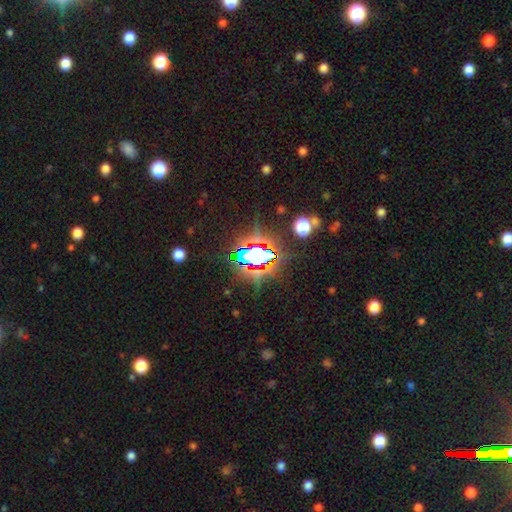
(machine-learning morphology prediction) smooth-or-featured: star or artifact: 72% | smooth: 16% | featured or disk: 12%